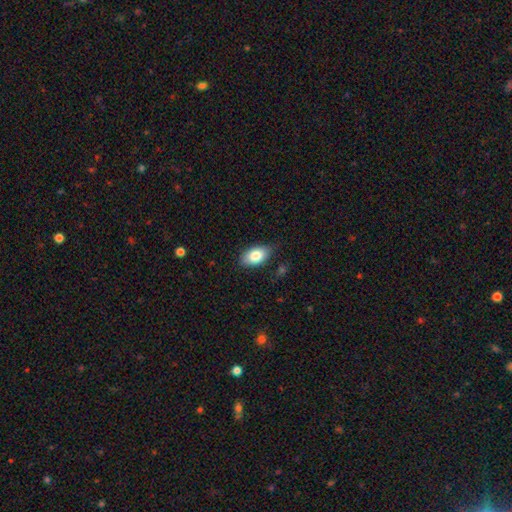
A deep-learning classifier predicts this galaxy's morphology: The model was most divided on "merging": none: 74%, minor disturbance: 21%, major disturbance: 4%, merger: 1%. More confident: how rounded — in between (92%); smooth or featured — smooth (82%).